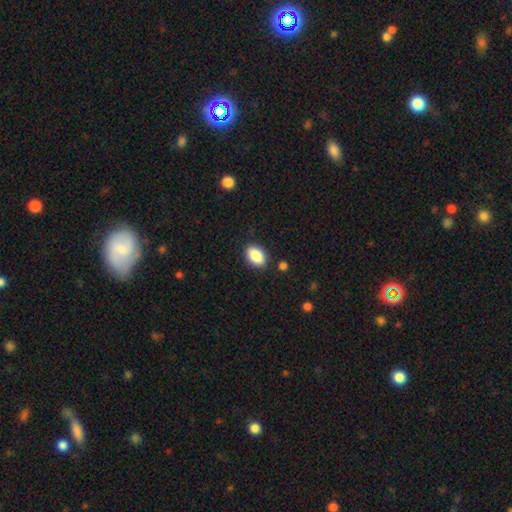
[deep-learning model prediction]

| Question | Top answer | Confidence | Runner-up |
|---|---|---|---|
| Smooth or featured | smooth | 87% | star or artifact (7%) |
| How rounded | in between | 89% | round (10%) |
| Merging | none | 85% | minor disturbance (10%) |